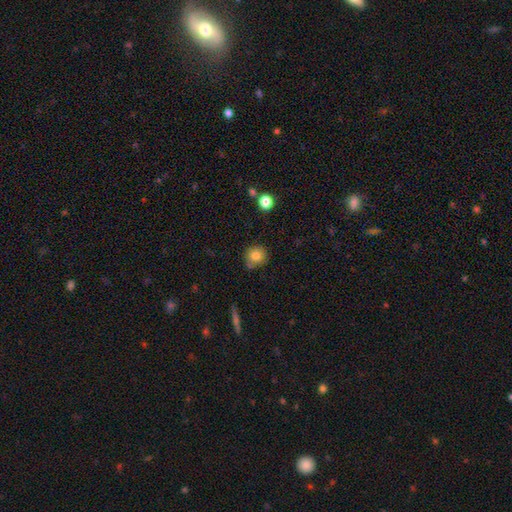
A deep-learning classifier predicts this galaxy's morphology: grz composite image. It shows a smooth galaxy with no disk features (80%) that is round (87%). Merging: none (72%).